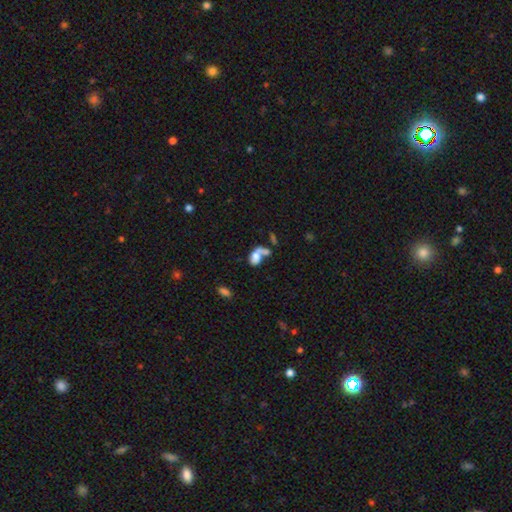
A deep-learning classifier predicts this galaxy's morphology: A smooth galaxy with no disk features (62%) that is in between round and cigar-shaped (81%).

Vote fractions:
- Smooth or featured? smooth: 62% / featured or disk: 27% / star or artifact: 11%
- How rounded? in between: 81% / round: 14% / cigar-shaped: 5%
- Merging? merger: 54% / none: 20% / major disturbance: 16% / minor disturbance: 10%